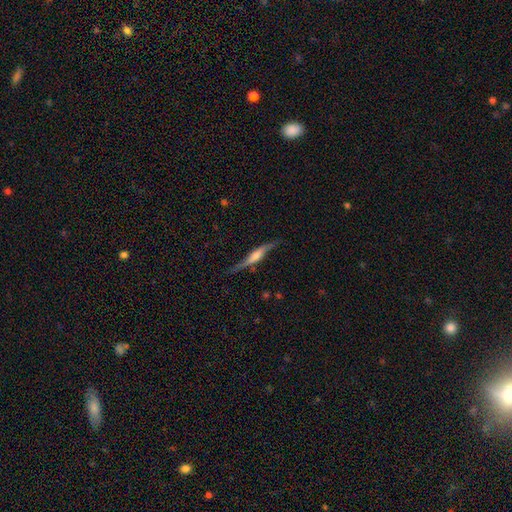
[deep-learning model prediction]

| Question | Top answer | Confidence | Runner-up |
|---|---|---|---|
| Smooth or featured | featured or disk | 72% | smooth (22%) |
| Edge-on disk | yes | 86% | no (14%) |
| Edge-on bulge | rounded | 62% | boxy (24%) |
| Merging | none | 72% | minor disturbance (20%) |